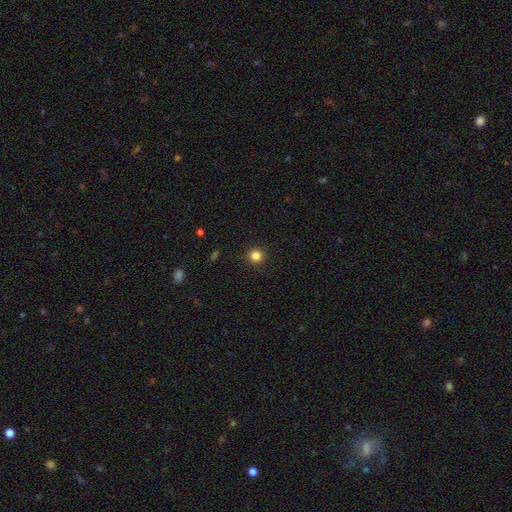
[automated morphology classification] Overall: smooth (84%). How rounded: round (95%). Merging: none (92%).